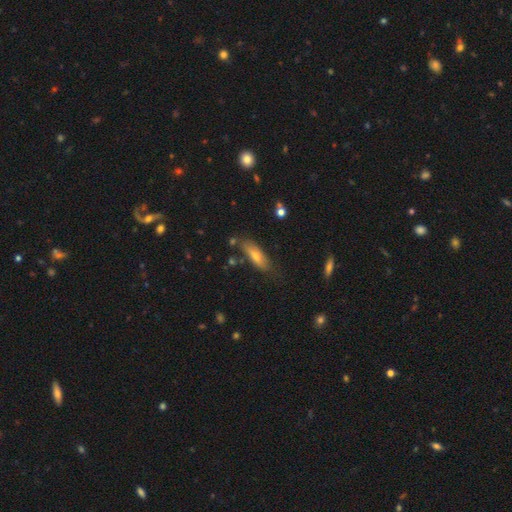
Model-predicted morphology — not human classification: Smooth or featured: smooth — 62% (featured or disk — 29%)
How rounded: in between — 50% (cigar-shaped — 47%)
Merging: none — 72% (minor disturbance — 19%)